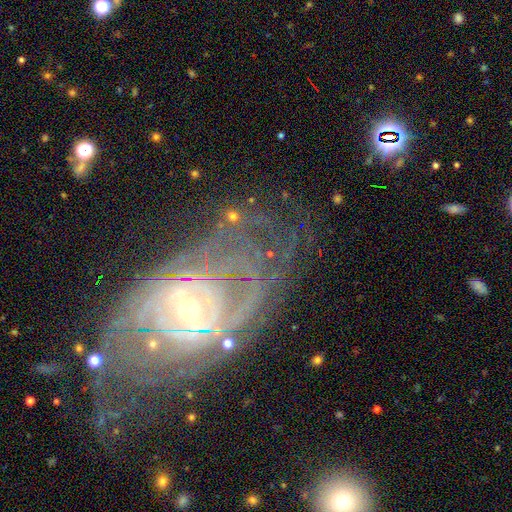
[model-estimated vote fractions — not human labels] Smooth or featured? Predicted: featured or disk (p=0.85). Edge-on disk? Predicted: no (p=0.94). Bar? Predicted: no (p=0.39, tied with weak). Spiral arms? Predicted: yes (p=0.91). Spiral winding? Predicted: tight (p=0.66). Spiral arm count? Predicted: can't tell (p=0.43). Bulge size? Predicted: small (p=0.63). Merging? Predicted: none (p=0.58).